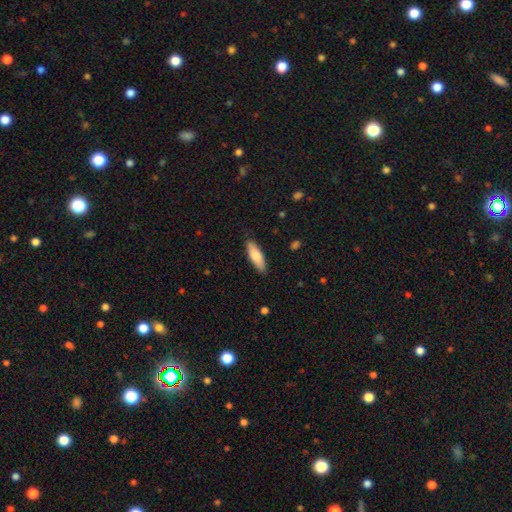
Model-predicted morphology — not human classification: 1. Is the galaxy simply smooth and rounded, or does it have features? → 77% smooth, 18% featured or disk, 5% star or artifact.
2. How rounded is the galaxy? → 53% in between, 45% cigar-shaped, 2% round.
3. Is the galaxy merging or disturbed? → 87% none, 10% minor disturbance, 2% major disturbance, 1% merger.